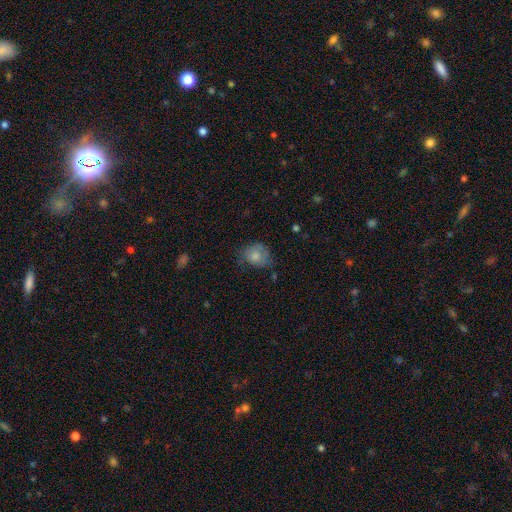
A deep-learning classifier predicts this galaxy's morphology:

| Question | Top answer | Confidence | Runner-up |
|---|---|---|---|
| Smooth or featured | smooth | 76% | featured or disk (15%) |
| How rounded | round | 54% | in between (45%) |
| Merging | none | 50% | minor disturbance (33%) |